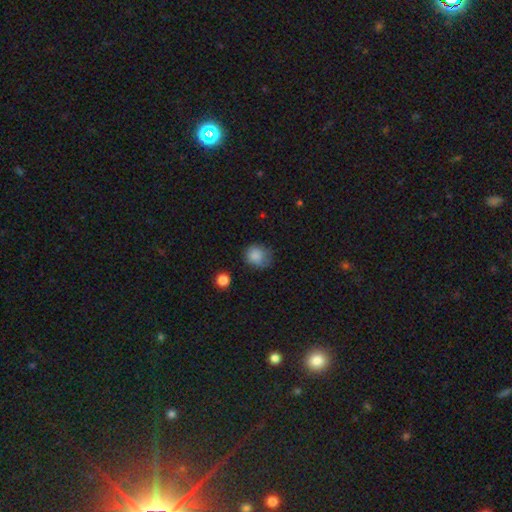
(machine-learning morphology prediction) Smooth or featured? Predicted: smooth (p=0.82). How rounded? Predicted: round (p=0.71). Merging? Predicted: none (p=0.57).